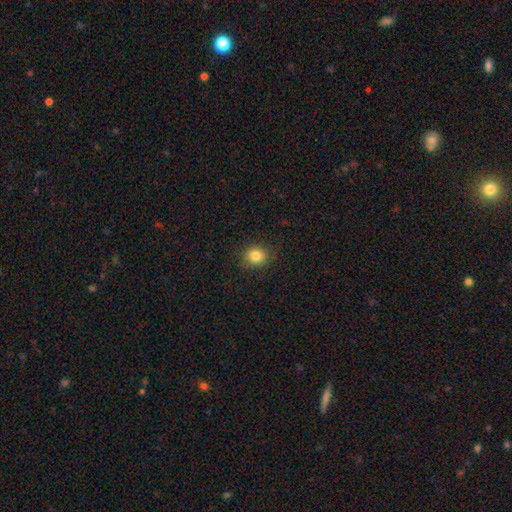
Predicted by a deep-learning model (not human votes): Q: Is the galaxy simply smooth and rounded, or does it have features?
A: smooth — 83%.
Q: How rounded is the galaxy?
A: round — 82%.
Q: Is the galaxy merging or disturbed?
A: none — 89%.